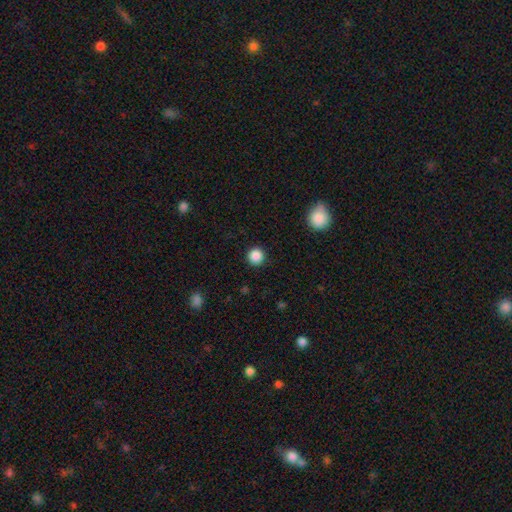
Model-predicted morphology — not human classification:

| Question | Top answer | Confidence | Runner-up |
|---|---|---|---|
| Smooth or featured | smooth | 87% | star or artifact (10%) |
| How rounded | round | 95% | in between (4%) |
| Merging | none | 92% | minor disturbance (5%) |